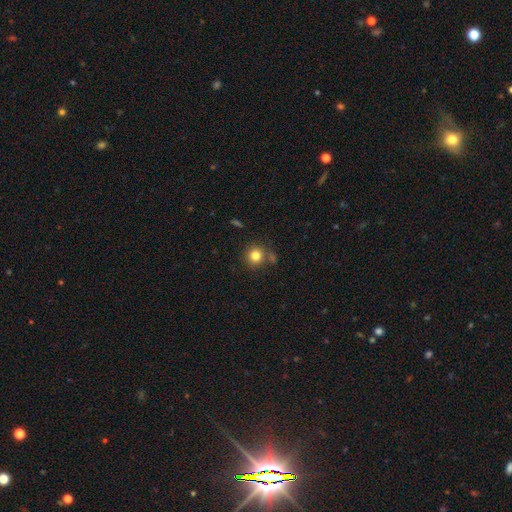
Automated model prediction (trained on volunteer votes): The model was most divided on "merging": none: 74%, minor disturbance: 11%, merger: 10%, major disturbance: 4%. More confident: how rounded — round (92%); smooth or featured — smooth (82%).